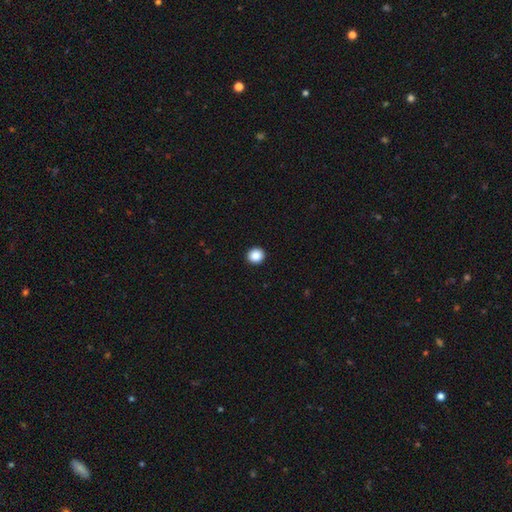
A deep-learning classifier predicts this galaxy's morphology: A smooth galaxy with no disk features (87%) that is round (88%). Merging: none (94%).